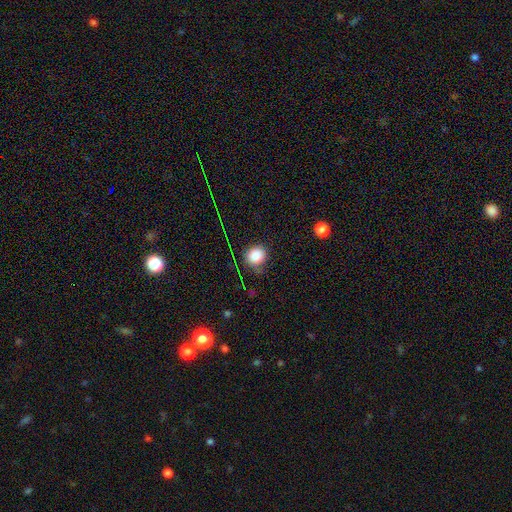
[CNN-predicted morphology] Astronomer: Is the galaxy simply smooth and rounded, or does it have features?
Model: smooth — 83%.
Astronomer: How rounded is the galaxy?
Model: round — 81%.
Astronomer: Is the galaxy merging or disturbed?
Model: none — 74%.